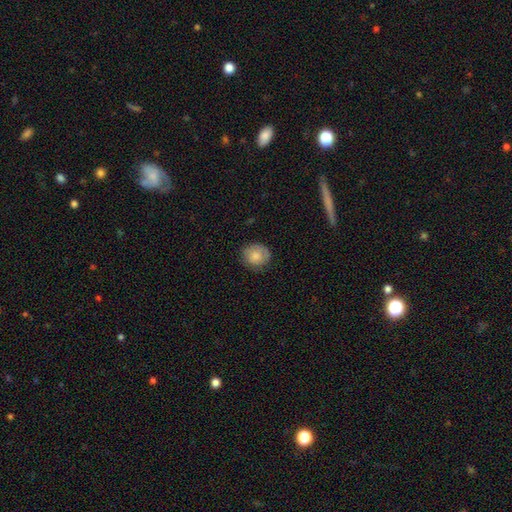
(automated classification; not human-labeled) Q: Smooth or featured?
A: smooth (79%); runner-up: featured or disk (13%)
Q: How rounded?
A: round (81%); runner-up: in between (18%)
Q: Merging?
A: none (78%); runner-up: minor disturbance (17%)